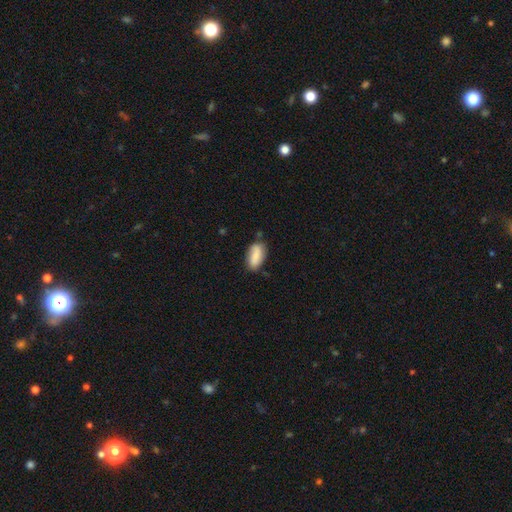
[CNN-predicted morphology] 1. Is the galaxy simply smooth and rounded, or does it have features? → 76% smooth, 17% featured or disk, 7% star or artifact.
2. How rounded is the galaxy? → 89% in between, 7% cigar-shaped, 3% round.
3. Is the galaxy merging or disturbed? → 70% none, 22% minor disturbance, 4% major disturbance, 4% merger.